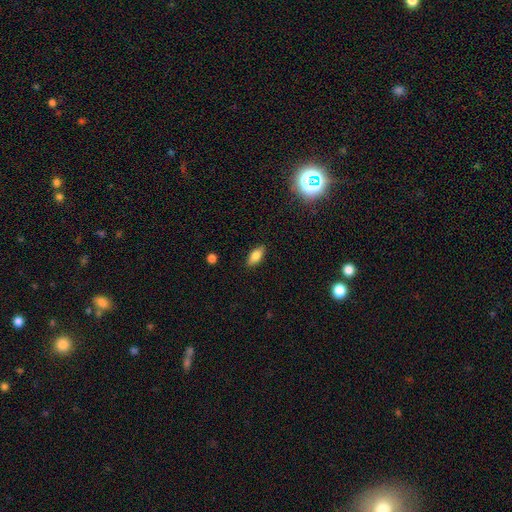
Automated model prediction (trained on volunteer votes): This appears to be a smooth galaxy with no disk features (76%) that is in between round and cigar-shaped (82%). Merging: none (88%).